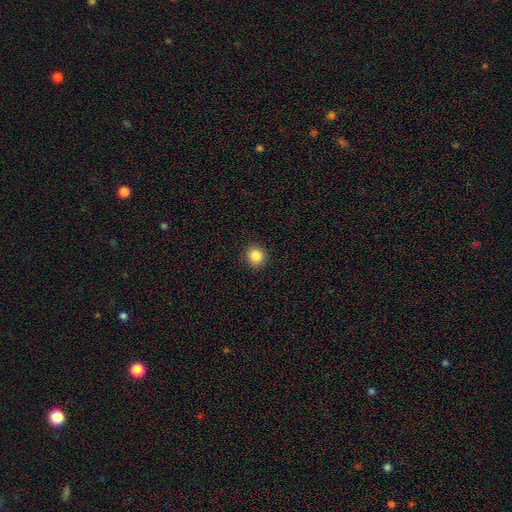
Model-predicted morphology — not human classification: Smooth or featured? smooth (85%)
How rounded? round (88%)
Merging? none (91%)